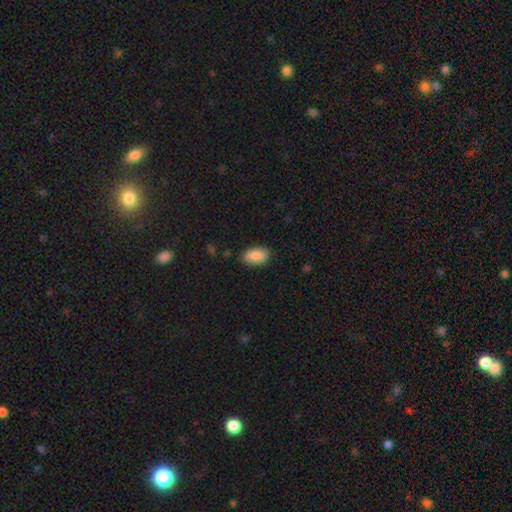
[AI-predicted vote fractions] Smooth or featured: smooth — 89% (star or artifact — 6%)
How rounded: in between — 93% (round — 6%)
Merging: none — 86% (minor disturbance — 10%)